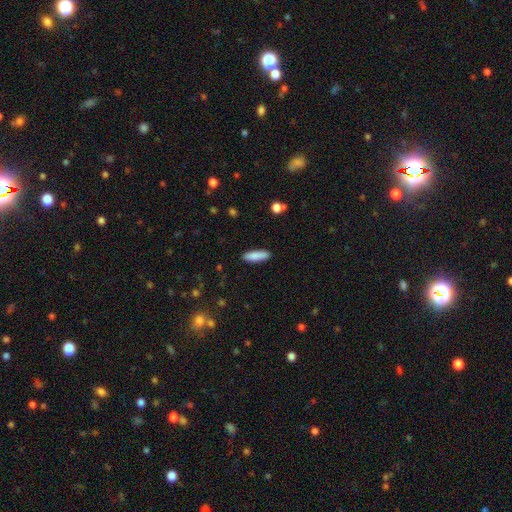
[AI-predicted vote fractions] This is clearly a smooth galaxy (86%). How rounded: possibly cigar-shaped (57%). Merging: clearly none (88%).